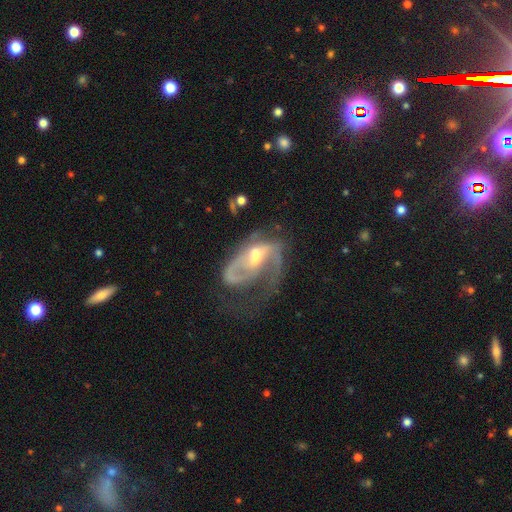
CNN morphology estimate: A featured or disk galaxy (81%) with a weak bar (45%), 1 (44%) medium (42%) spiral arms (85%) and a moderate central bulge (56%). Merging: major disturbance (48%).